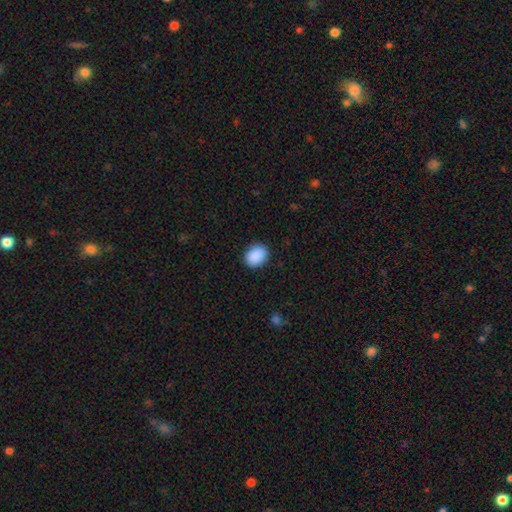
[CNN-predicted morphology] Smooth or featured? smooth (91%)
How rounded? in between (66%)
Merging? none (88%)